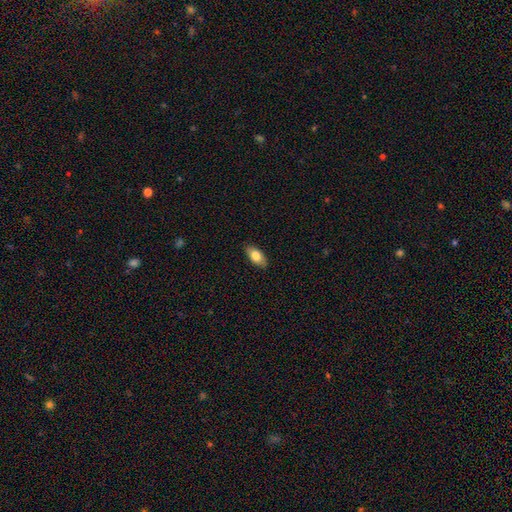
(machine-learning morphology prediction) A smooth galaxy with no disk features (81%) that is in between round and cigar-shaped (91%). Merging: none (87%).